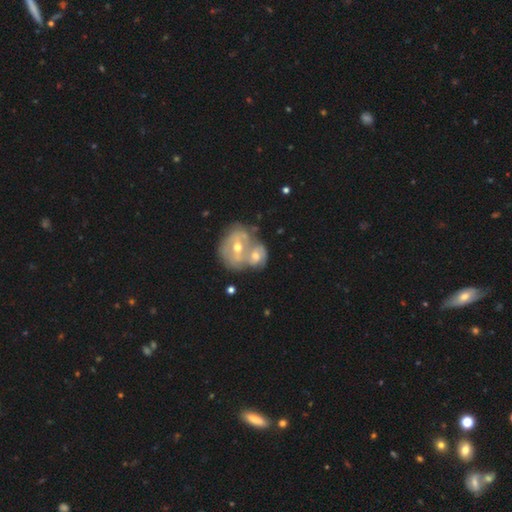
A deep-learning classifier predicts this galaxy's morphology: smooth_or_featured: featured or disk (p=0.66) [alt: smooth p=0.26]
disk_edge_on: no (p=0.96) [alt: yes p=0.04]
bar: no (p=0.52) [alt: weak p=0.33]
has_spiral_arms: yes (p=0.66) [alt: no p=0.34]
bulge_size: moderate (p=0.69) [alt: small p=0.23]
merging: merger (p=0.71) [alt: none p=0.18]